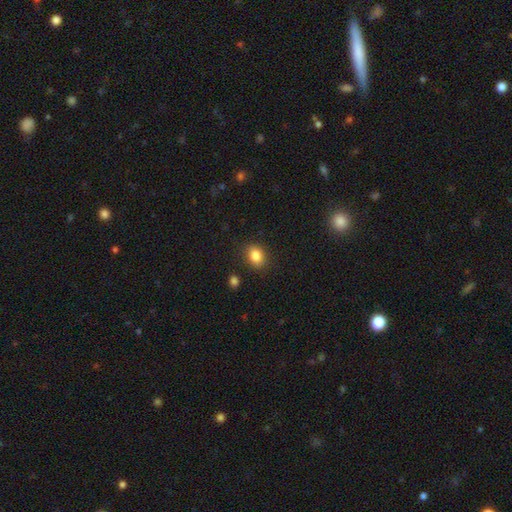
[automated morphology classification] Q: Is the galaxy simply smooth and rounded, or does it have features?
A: smooth — 85%.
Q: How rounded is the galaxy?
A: in between — 64%.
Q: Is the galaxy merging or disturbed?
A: none — 85%.